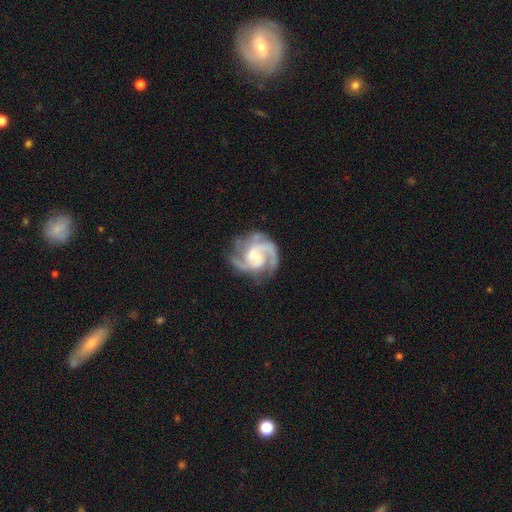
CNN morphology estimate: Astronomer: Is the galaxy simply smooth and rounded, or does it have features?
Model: featured or disk — 90%.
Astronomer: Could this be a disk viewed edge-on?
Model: no — 98%.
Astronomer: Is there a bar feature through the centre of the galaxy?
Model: weak — 48% (runner-up: no, 39%).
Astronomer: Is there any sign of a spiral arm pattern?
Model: yes — 98%.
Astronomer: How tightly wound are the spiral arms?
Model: medium — 55% (runner-up: tight, 31%).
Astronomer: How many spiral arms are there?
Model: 2 — 50% (runner-up: 3, 29%).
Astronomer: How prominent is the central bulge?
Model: small — 49% (runner-up: moderate, 35%).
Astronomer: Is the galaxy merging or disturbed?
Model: none — 70%.